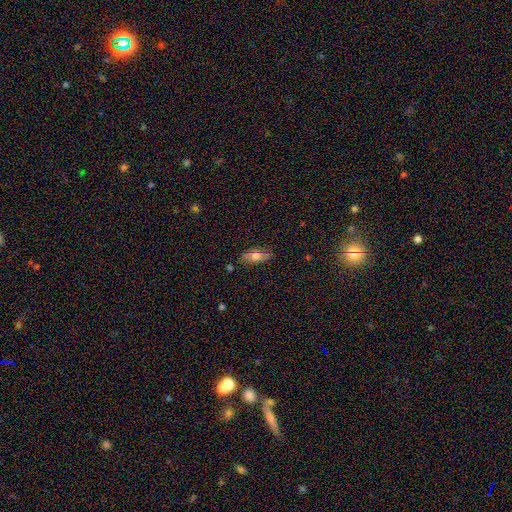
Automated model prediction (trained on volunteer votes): Smooth or featured? Predicted: smooth (p=0.66). How rounded? Predicted: in between (p=0.81). Merging? Predicted: none (p=0.81).